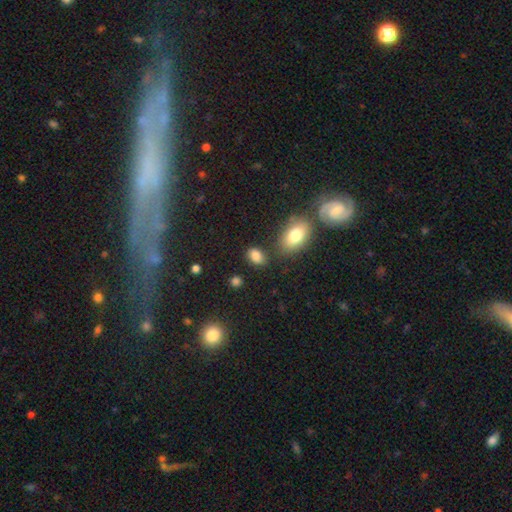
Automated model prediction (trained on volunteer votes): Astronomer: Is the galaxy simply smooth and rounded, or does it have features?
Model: smooth — 84%.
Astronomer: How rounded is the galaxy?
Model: in between — 84%.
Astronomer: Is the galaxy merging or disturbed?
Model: none — 73%.